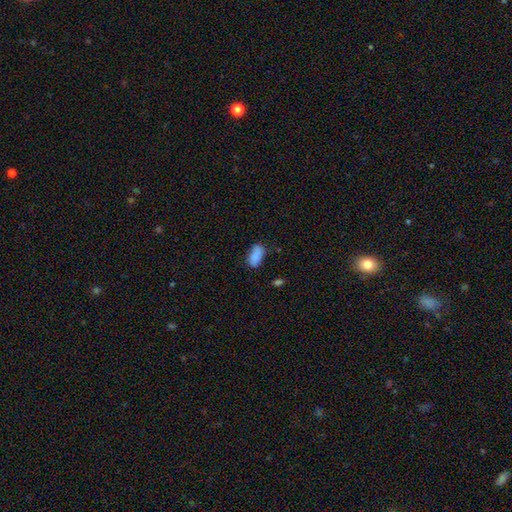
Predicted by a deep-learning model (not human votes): A smooth galaxy with no disk features (85%) that is in between round and cigar-shaped (91%). Merging: none (69%).